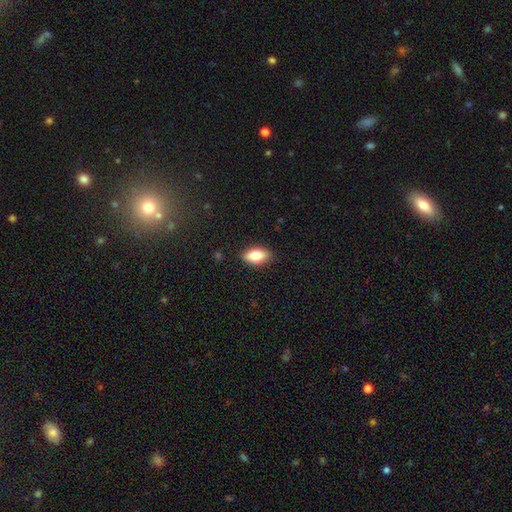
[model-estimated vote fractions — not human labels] A smooth galaxy with no disk features (81%) that is in between round and cigar-shaped (89%). Merging: none (87%).